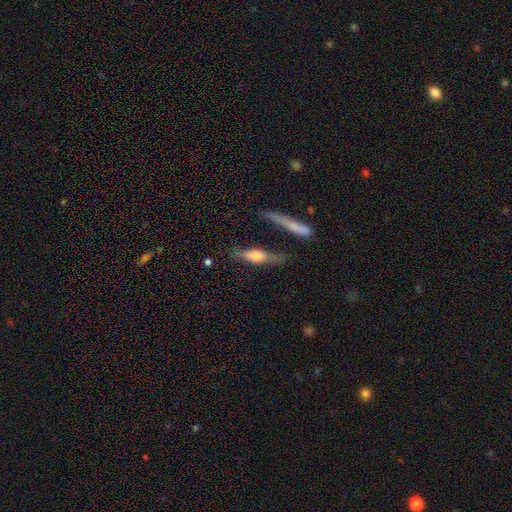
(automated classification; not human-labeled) A featured or disk galaxy (47%).

Vote fractions:
- Smooth or featured? featured or disk: 47% / smooth: 44% / star or artifact: 9%
- Merging? none: 56% / minor disturbance: 20% / major disturbance: 13% / merger: 11%